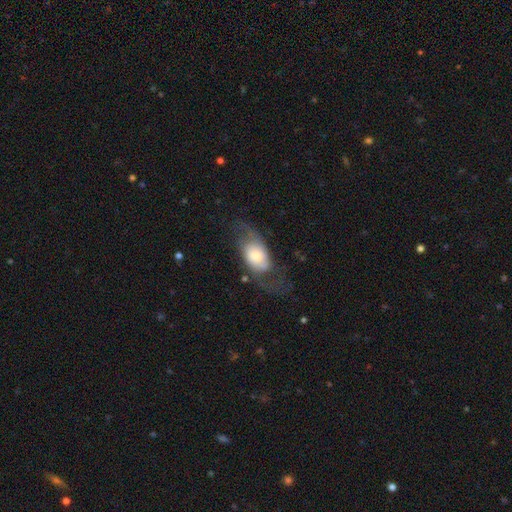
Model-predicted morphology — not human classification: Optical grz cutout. It shows a featured or disk galaxy (55%). Merging: none (52%).